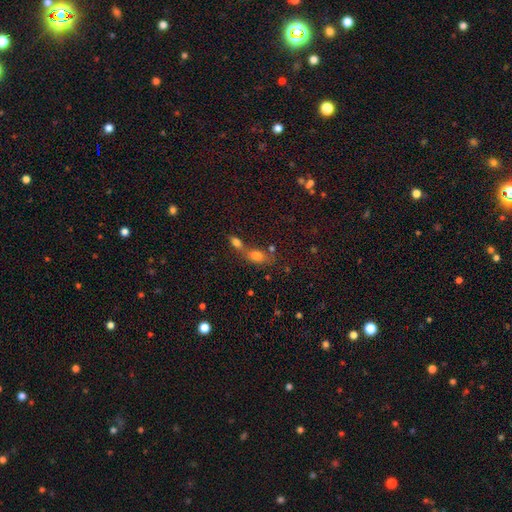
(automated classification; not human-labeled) Overall: smooth (73%). How rounded: in between (77%). Merging: merger (54%; none 32%).